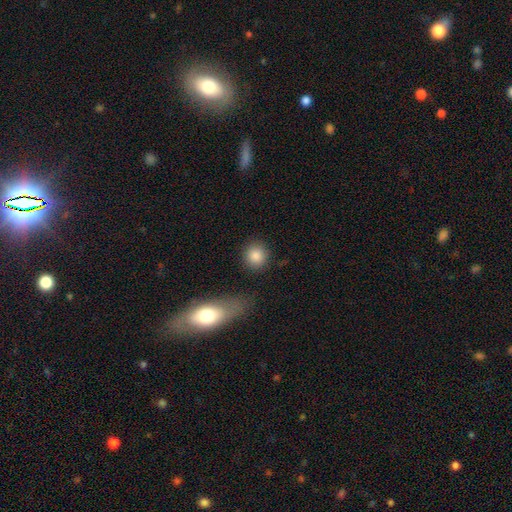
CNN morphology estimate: Smooth or featured? Predicted: smooth (p=0.86). How rounded? Predicted: round (p=0.86). Merging? Predicted: none (p=0.85).